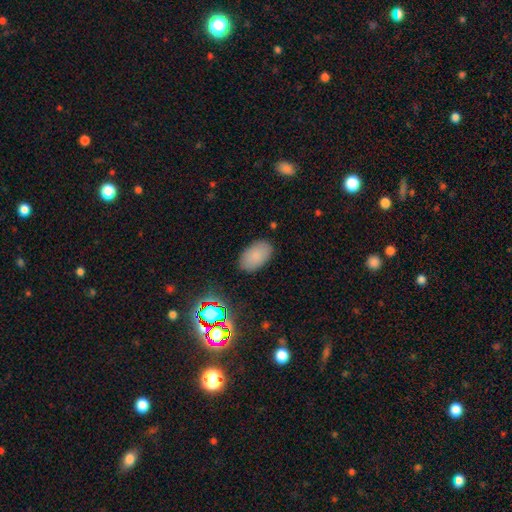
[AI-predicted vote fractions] This appears to be a smooth galaxy with no disk features (82%) that is in between round and cigar-shaped (93%). Merging: none (86%).